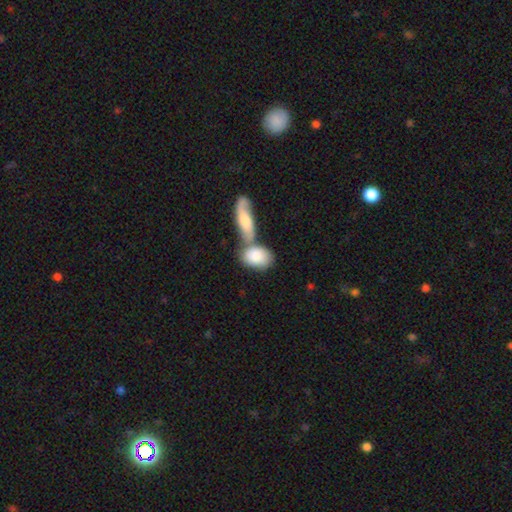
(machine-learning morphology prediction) smooth-or-featured: smooth: 82% | featured or disk: 13% | star or artifact: 5%
  how-rounded: in between: 87% | round: 8% | cigar-shaped: 5%
  merging: merger: 51% | none: 32% | minor disturbance: 12% | major disturbance: 5%